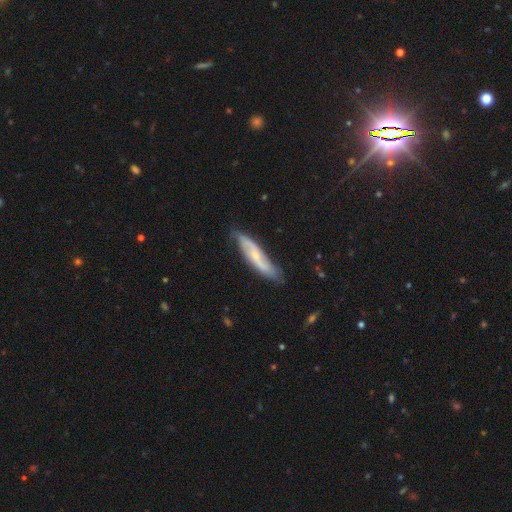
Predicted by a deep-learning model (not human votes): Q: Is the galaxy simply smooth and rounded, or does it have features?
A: featured or disk — 67%.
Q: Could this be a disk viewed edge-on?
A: no — 67%.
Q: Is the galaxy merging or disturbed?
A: none — 74%.